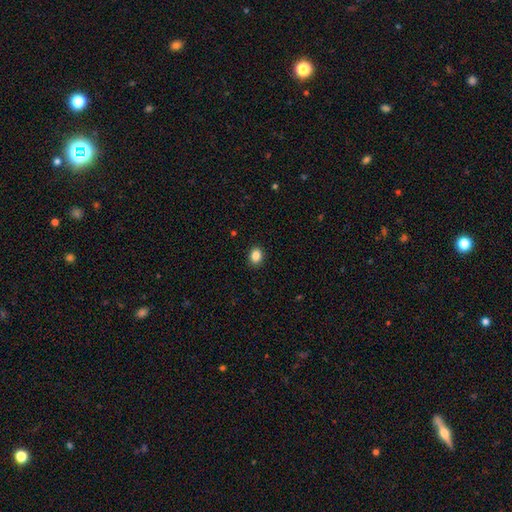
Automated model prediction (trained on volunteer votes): The model was most divided on "how rounded": in between: 53%, round: 46%, cigar-shaped: 1%. More confident: merging — none (91%); smooth or featured — smooth (86%).